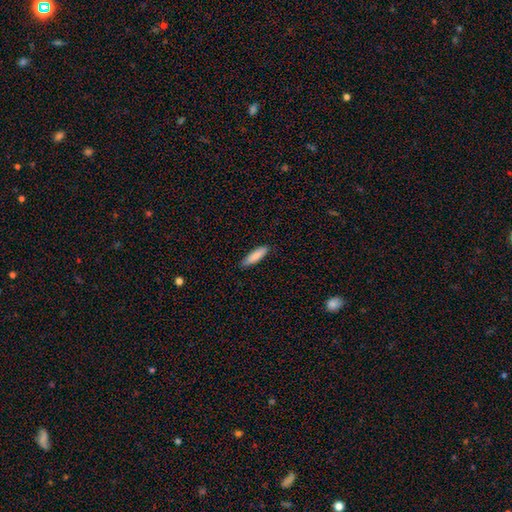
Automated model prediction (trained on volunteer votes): The model was most divided on "how rounded": cigar-shaped: 63%, in between: 35%, round: 1%. More confident: merging — none (86%); smooth or featured — smooth (86%).